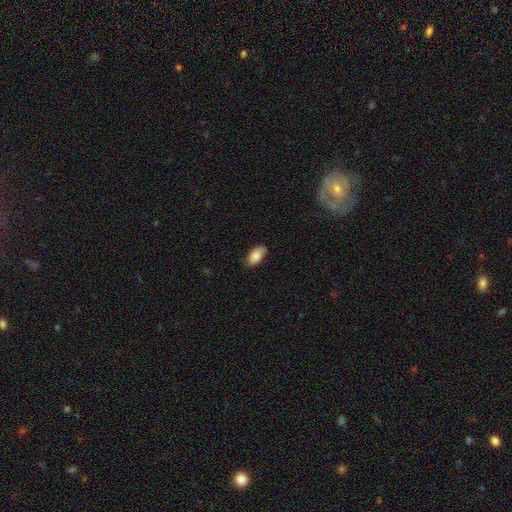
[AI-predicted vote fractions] smooth-or-featured: smooth: 88% | star or artifact: 6% | featured or disk: 5%
  how-rounded: in between: 94% | round: 3% | cigar-shaped: 2%
  merging: none: 81% | minor disturbance: 15% | major disturbance: 3% | merger: 1%